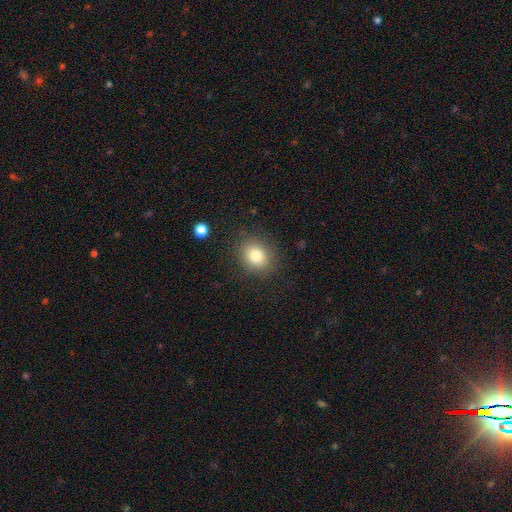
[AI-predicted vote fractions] Smooth or featured?
  - smooth: 81% *
  - star or artifact: 10%
  - featured or disk: 9%
How rounded?
  - round: 61% *
  - in between: 38%
  - cigar-shaped: 1%
Merging?
  - none: 85% *
  - minor disturbance: 10%
  - major disturbance: 4%
  - merger: 1%